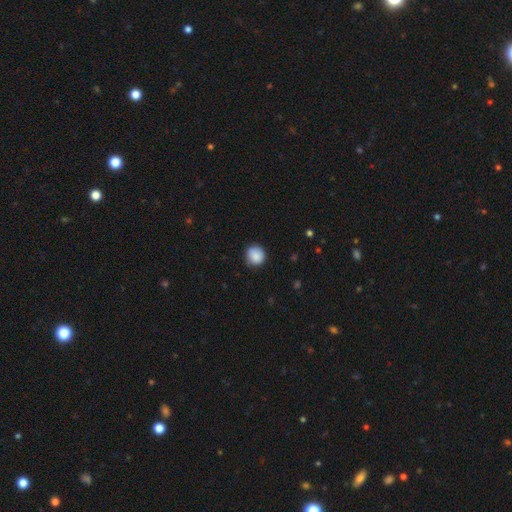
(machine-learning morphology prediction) Q: Smooth or featured?
A: smooth (88%); runner-up: star or artifact (8%)
Q: How rounded?
A: round (88%); runner-up: in between (11%)
Q: Merging?
A: none (83%); runner-up: minor disturbance (14%)